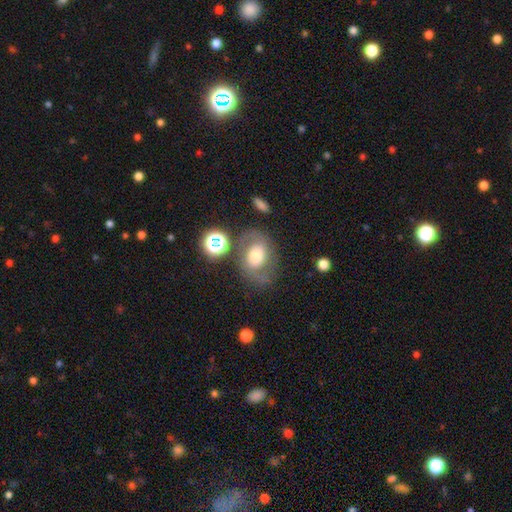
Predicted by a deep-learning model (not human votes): Smooth or featured?
  - featured or disk: 45% *
  - smooth: 42%
  - star or artifact: 13%
Merging?
  - none: 63% *
  - minor disturbance: 18%
  - major disturbance: 12%
  - merger: 7%